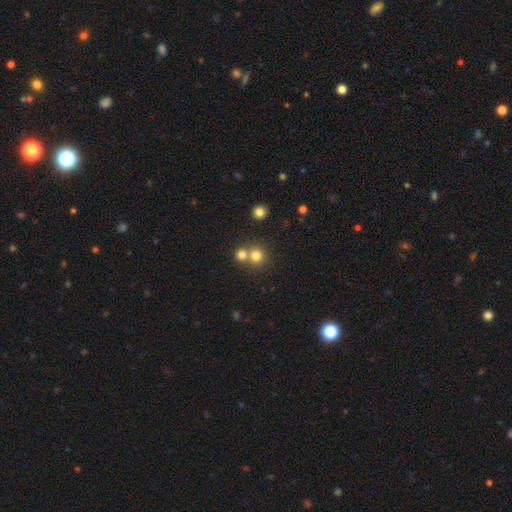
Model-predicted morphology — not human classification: Smooth or featured? Predicted: smooth (p=0.77). How rounded? Predicted: round (p=0.90). Merging? Predicted: none (p=0.54).